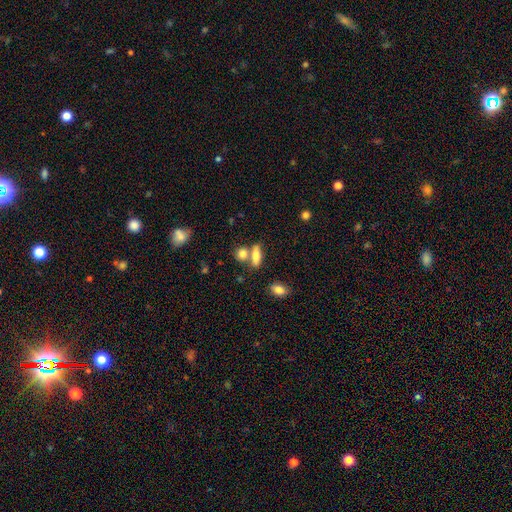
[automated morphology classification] The model was most divided on "merging": none: 54%, merger: 30%, minor disturbance: 11%, major disturbance: 5%. More confident: smooth or featured — smooth (77%); how rounded — in between (59%).